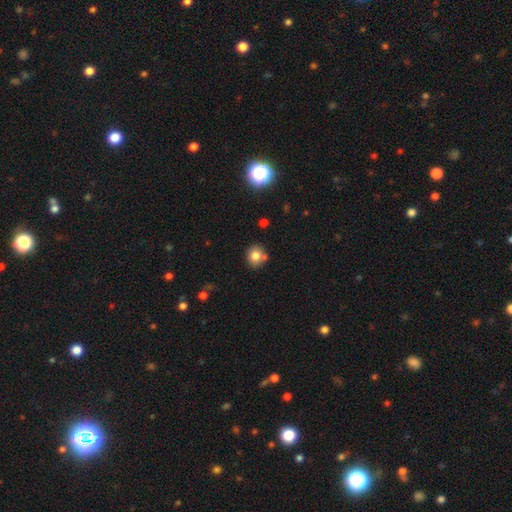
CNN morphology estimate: Smooth or featured? smooth (78%)
How rounded? round (82%)
Merging? none (70%)